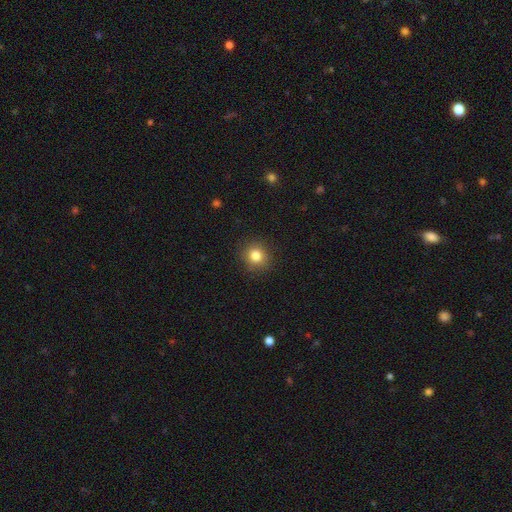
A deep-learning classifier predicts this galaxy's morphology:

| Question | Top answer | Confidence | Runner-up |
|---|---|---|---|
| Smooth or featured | smooth | 83% | star or artifact (12%) |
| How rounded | round | 86% | in between (14%) |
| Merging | none | 89% | minor disturbance (8%) |